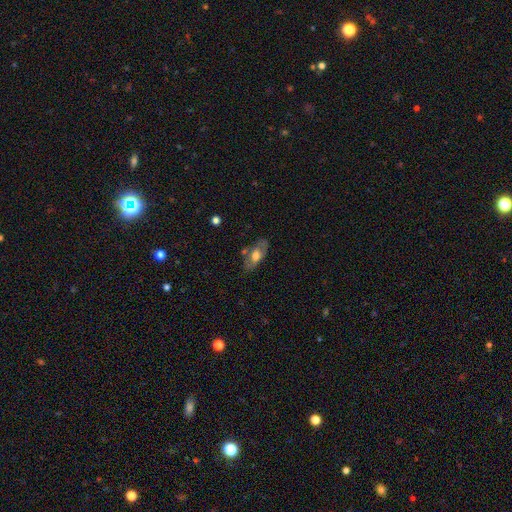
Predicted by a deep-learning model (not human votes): Smooth or featured: smooth — 54% (featured or disk — 40%)
How rounded: in between — 86% (cigar-shaped — 10%)
Merging: none — 72% (minor disturbance — 18%)